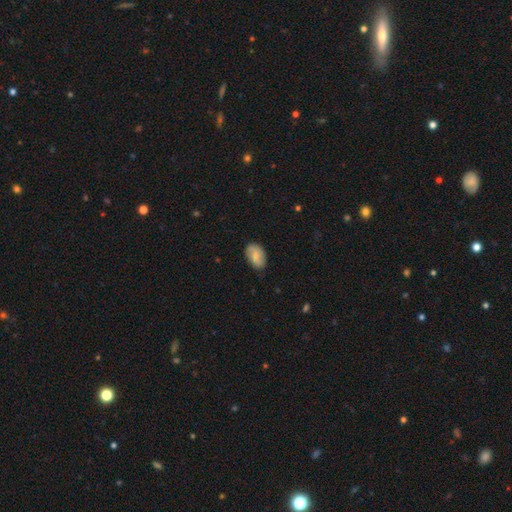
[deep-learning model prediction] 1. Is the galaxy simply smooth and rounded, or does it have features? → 66% smooth, 26% featured or disk, 7% star or artifact.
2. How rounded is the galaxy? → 88% in between, 10% round, 2% cigar-shaped.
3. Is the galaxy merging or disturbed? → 78% none, 18% minor disturbance, 3% major disturbance, 1% merger.